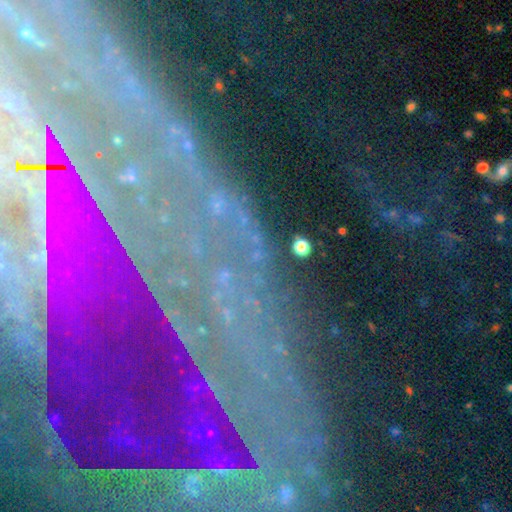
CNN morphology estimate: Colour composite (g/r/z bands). It shows a star or artifact, not a galaxy (51%).